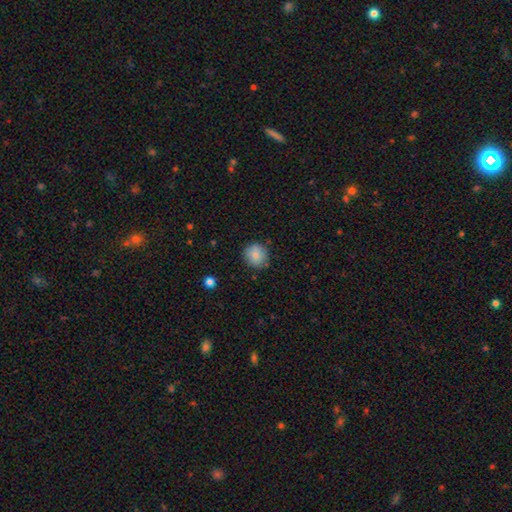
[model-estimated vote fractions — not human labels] smooth 84%, star or artifact 9%, featured or disk 7%. Down the decision tree: how rounded — round (90%); merging — none (86%).